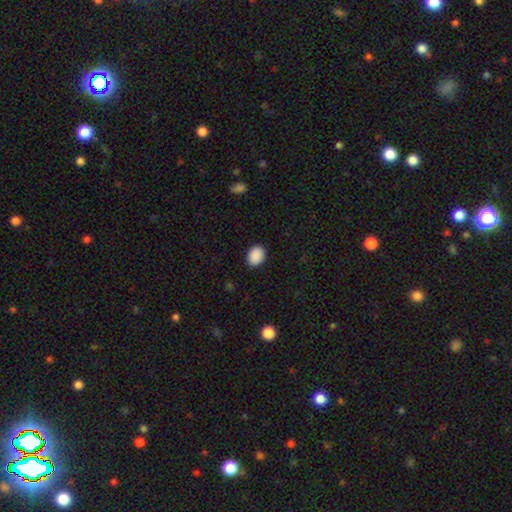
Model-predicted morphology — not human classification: smooth_or_featured: smooth (p=0.90) [alt: star or artifact p=0.08]
how_rounded: in between (p=0.62) [alt: round p=0.37]
merging: none (p=0.89) [alt: minor disturbance p=0.08]